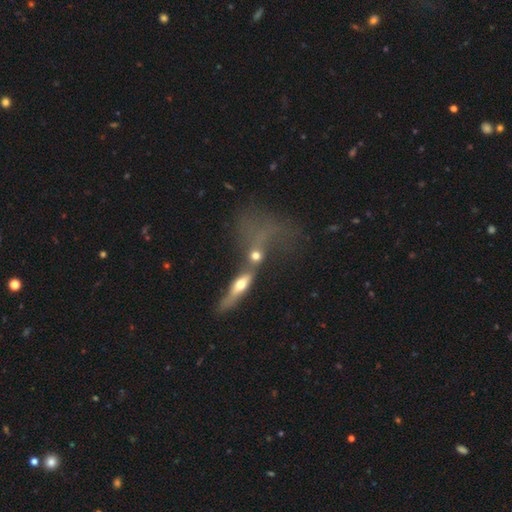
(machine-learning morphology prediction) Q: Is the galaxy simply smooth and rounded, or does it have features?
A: smooth — 51%.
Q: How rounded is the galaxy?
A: in between — 43%.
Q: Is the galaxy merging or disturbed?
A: merger — 61%.